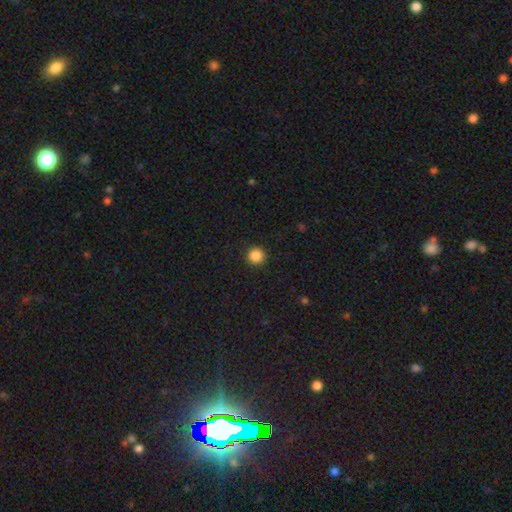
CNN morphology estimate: Smooth or featured? smooth (87%)
How rounded? round (95%)
Merging? none (92%)